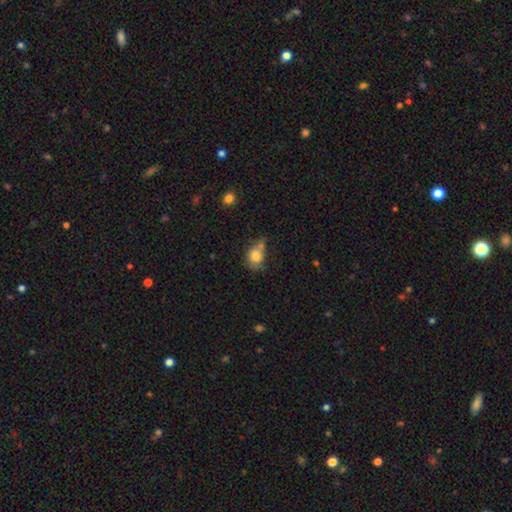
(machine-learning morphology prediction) Smooth or featured?
  - smooth: 77% *
  - featured or disk: 13%
  - star or artifact: 10%
How rounded?
  - round: 50% *
  - in between: 48%
  - cigar-shaped: 1%
Merging?
  - none: 39% *
  - minor disturbance: 29%
  - merger: 20%
  - major disturbance: 12%